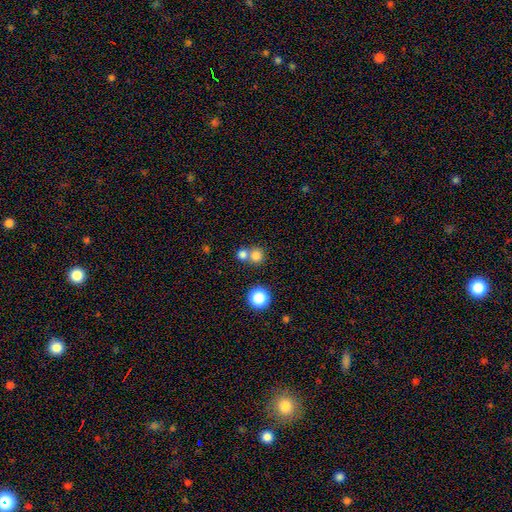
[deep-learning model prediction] Smooth or featured? Predicted: smooth (p=0.77). How rounded? Predicted: round (p=0.88). Merging? Predicted: none (p=0.51).